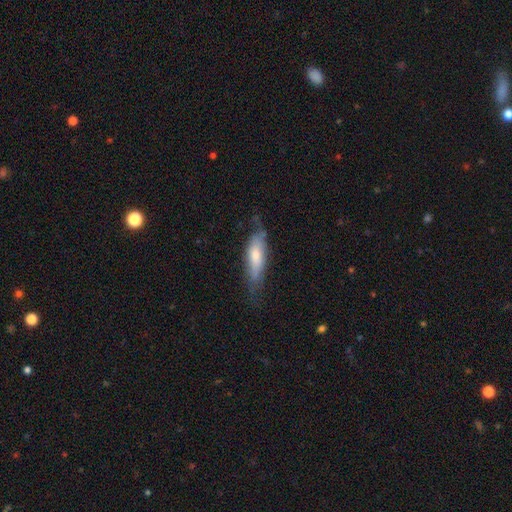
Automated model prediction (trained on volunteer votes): Smooth or featured?
  - smooth: 58% *
  - featured or disk: 35%
  - star or artifact: 6%
How rounded?
  - cigar-shaped: 55% *
  - in between: 43%
  - round: 2%
Merging?
  - none: 60% *
  - minor disturbance: 28%
  - major disturbance: 10%
  - merger: 2%